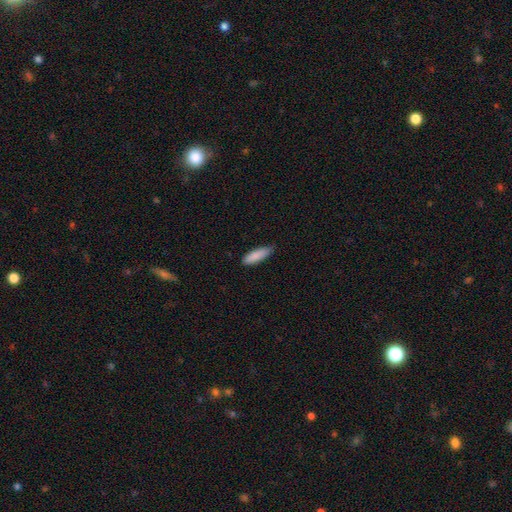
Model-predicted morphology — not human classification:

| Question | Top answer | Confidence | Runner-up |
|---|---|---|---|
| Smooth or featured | smooth | 88% | featured or disk (6%) |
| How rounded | in between | 52% | cigar-shaped (47%) |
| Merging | none | 77% | minor disturbance (20%) |